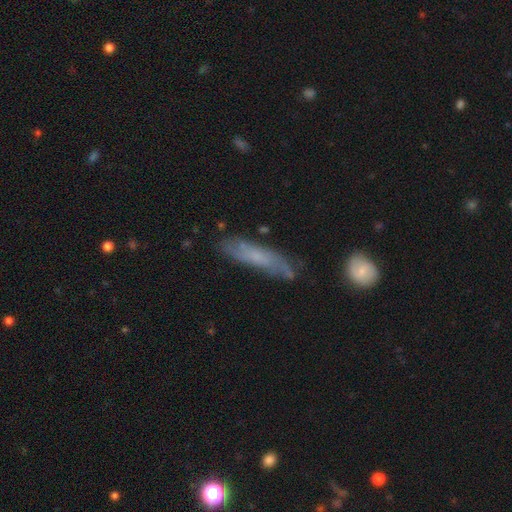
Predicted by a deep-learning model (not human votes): A smooth galaxy with no disk features (49%). Merging: none (63%).